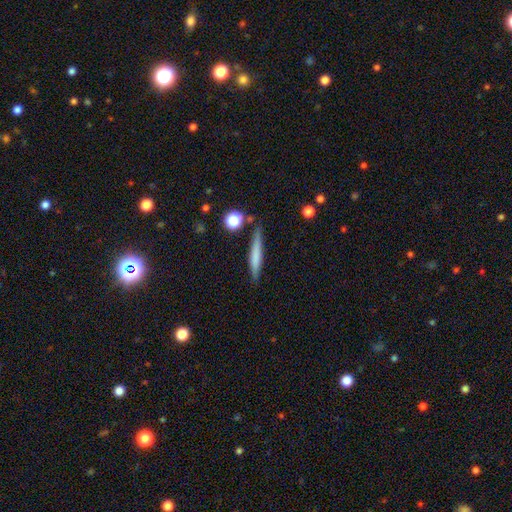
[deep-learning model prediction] Smooth or featured: smooth — 62% (featured or disk — 31%)
How rounded: cigar-shaped — 93% (in between — 5%)
Merging: none — 82% (minor disturbance — 12%)